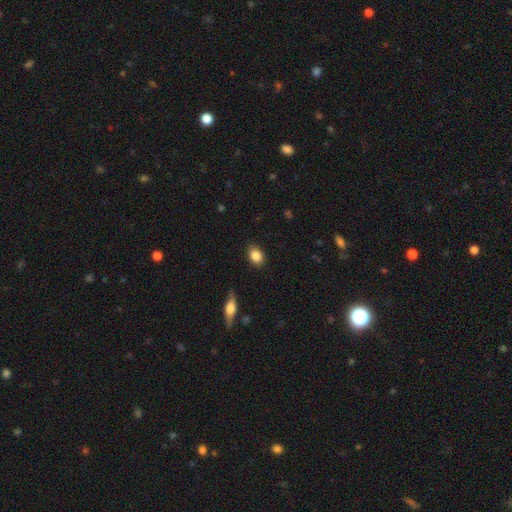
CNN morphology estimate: A smooth galaxy with no disk features (86%) that is in between round and cigar-shaped (72%). Merging: none (86%).